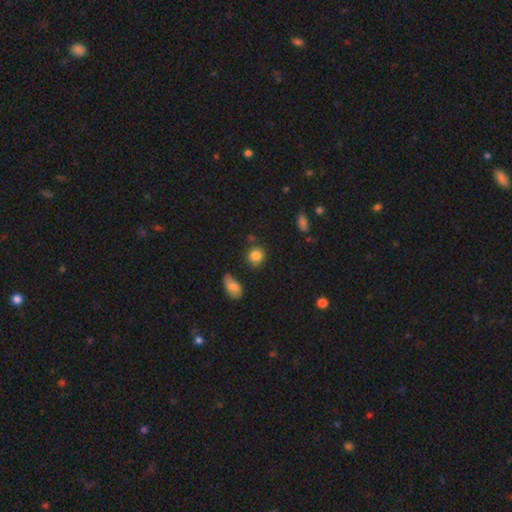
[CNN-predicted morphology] This is clearly a smooth galaxy (84%). How rounded: clearly round (80%). Merging: likely none (75%).